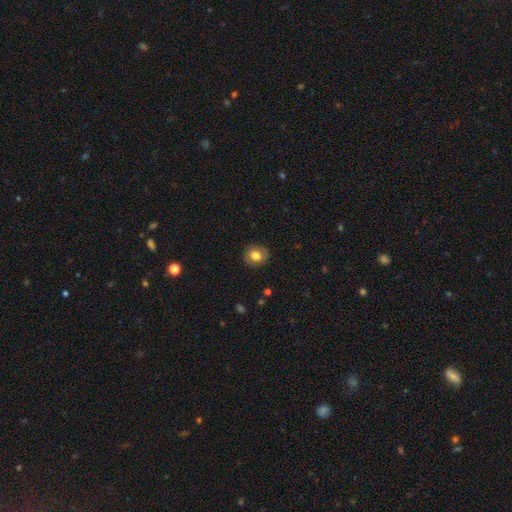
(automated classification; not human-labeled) Smooth or featured: smooth — 74% (featured or disk — 18%)
How rounded: round — 79% (in between — 20%)
Merging: none — 87% (minor disturbance — 9%)